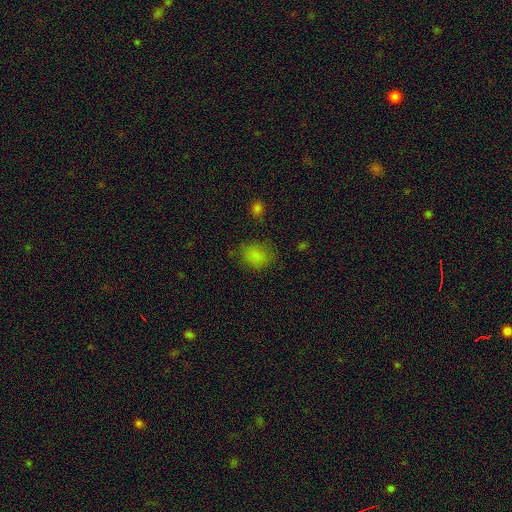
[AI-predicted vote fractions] A smooth galaxy with no disk features (80%) that is round (52%). Merging: none (68%).